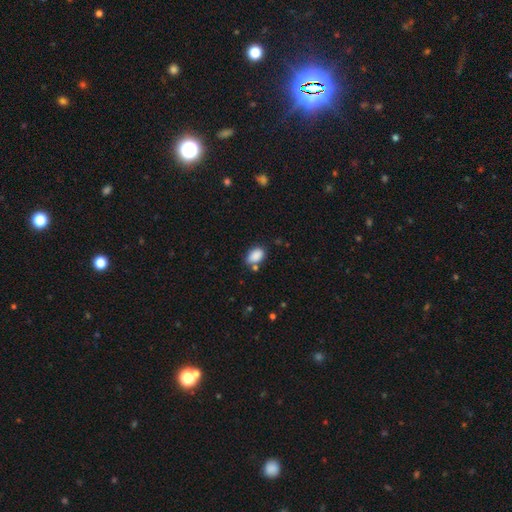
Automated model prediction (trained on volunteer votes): smooth_or_featured: smooth (p=0.88) [alt: star or artifact p=0.08]
how_rounded: in between (p=0.88) [alt: round p=0.10]
merging: none (p=0.68) [alt: minor disturbance p=0.19]